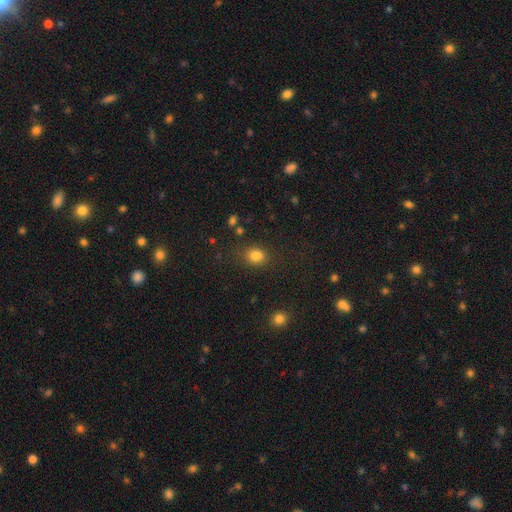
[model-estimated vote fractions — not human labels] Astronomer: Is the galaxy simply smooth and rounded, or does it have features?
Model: smooth — 82%.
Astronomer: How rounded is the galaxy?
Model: round — 56% (runner-up: in between, 43%).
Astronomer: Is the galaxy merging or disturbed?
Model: none — 77%.